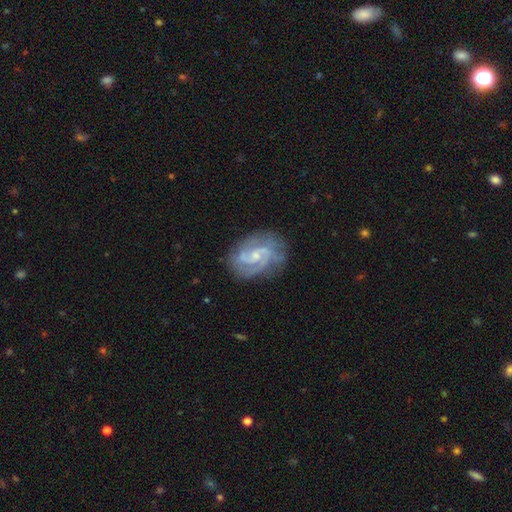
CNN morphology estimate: Smooth or featured?
  - featured or disk: 88% *
  - smooth: 7%
  - star or artifact: 5%
Edge-on disk?
  - no: 98% *
  - yes: 2%
Bar?
  - weak: 49% *
  - no: 41%
  - strong: 10%
Spiral arms?
  - yes: 97% *
  - no: 3%
Spiral winding?
  - medium: 52% *
  - tight: 34%
  - loose: 15%
Spiral arm count?
  - 2: 62% *
  - 3: 17%
  - can't tell: 11%
  - 4: 4%
  - 1: 3%
  - more than 4: 3%
Bulge size?
  - small: 63% *
  - moderate: 29%
  - none: 6%
  - large: 1%
  - dominant: 1%
Merging?
  - none: 74% *
  - minor disturbance: 18%
  - major disturbance: 7%
  - merger: 2%